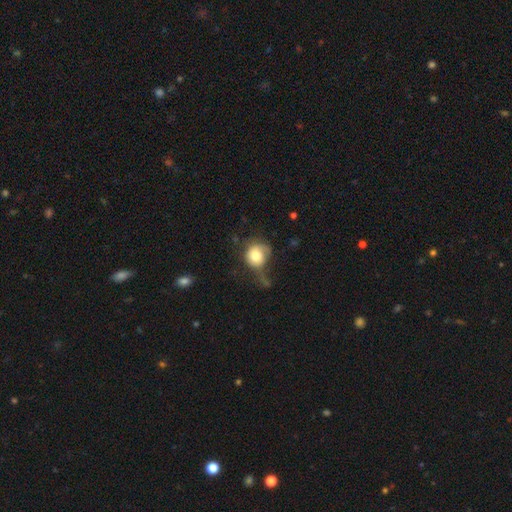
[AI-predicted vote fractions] A smooth galaxy with no disk features (72%) that is round (81%). Merging: major disturbance (33%).